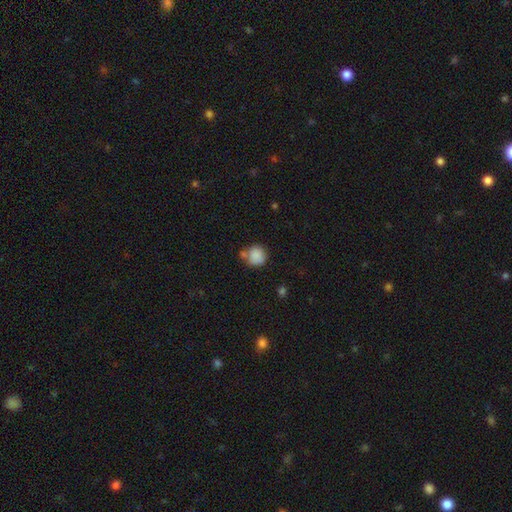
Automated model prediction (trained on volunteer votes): The model was most divided on "merging": none: 56%, merger: 22%, minor disturbance: 16%, major disturbance: 5%. More confident: how rounded — round (88%); smooth or featured — smooth (86%).